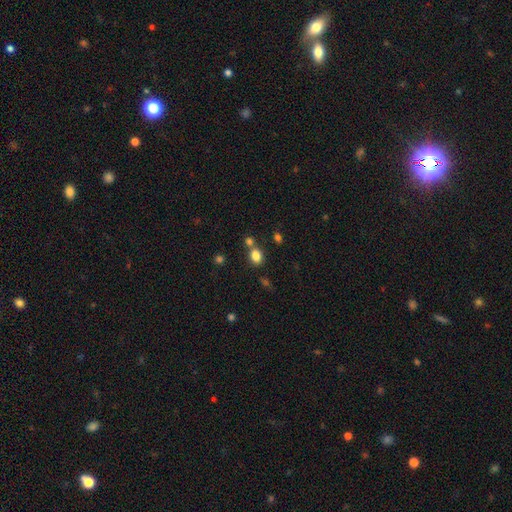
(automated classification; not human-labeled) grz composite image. It shows a smooth galaxy with no disk features (82%) that is in between round and cigar-shaped (56%). Merging: none (64%).